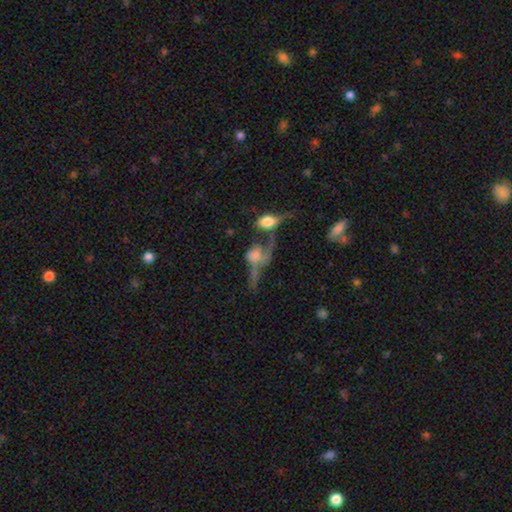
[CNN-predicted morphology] Smooth or featured?
  - featured or disk: 45% *
  - smooth: 43%
  - star or artifact: 13%
Merging?
  - merger: 53% *
  - major disturbance: 26%
  - none: 13%
  - minor disturbance: 8%